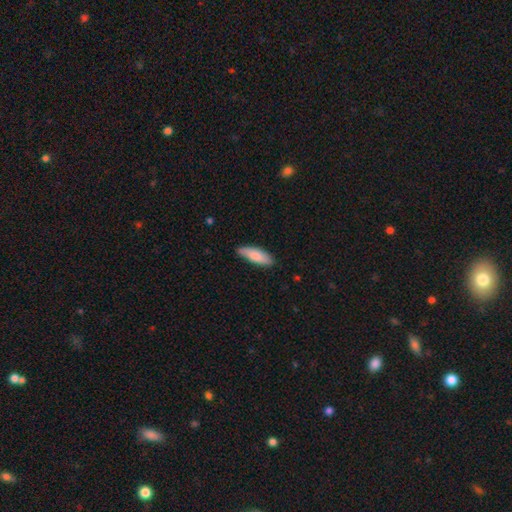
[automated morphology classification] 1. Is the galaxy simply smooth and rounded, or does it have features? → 81% smooth, 13% featured or disk, 5% star or artifact.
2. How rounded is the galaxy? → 59% in between, 39% cigar-shaped, 2% round.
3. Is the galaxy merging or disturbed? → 77% none, 19% minor disturbance, 3% major disturbance, 1% merger.